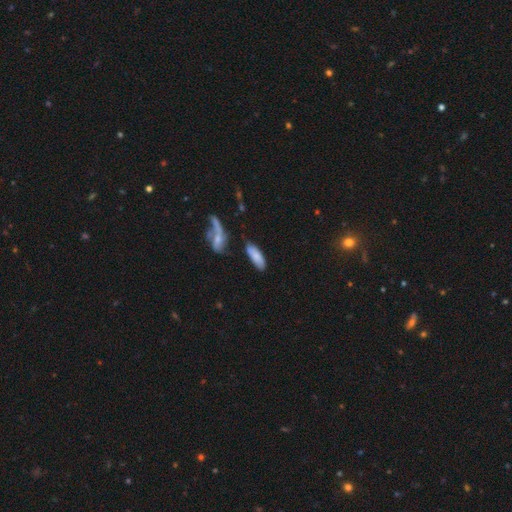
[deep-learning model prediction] This appears to be a smooth galaxy with no disk features (75%) that is in between round and cigar-shaped (67%). Merging: none (66%).